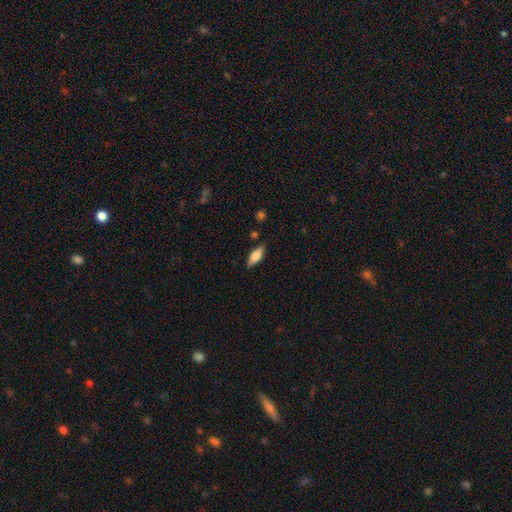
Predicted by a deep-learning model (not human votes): A smooth galaxy with no disk features (64%) that is in between round and cigar-shaped (68%).

Vote fractions:
- Smooth or featured? smooth: 64% / featured or disk: 29% / star or artifact: 7%
- How rounded? in between: 68% / cigar-shaped: 30% / round: 3%
- Merging? none: 84% / minor disturbance: 12% / major disturbance: 2% / merger: 2%